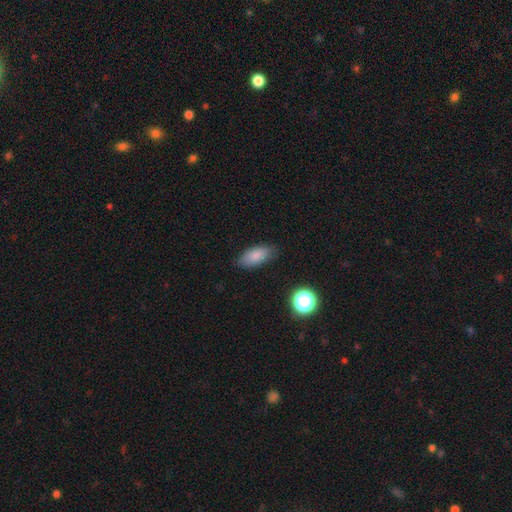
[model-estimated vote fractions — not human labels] Q: Smooth or featured?
A: smooth (83%); runner-up: star or artifact (9%)
Q: How rounded?
A: in between (85%); runner-up: cigar-shaped (12%)
Q: Merging?
A: none (82%); runner-up: minor disturbance (14%)